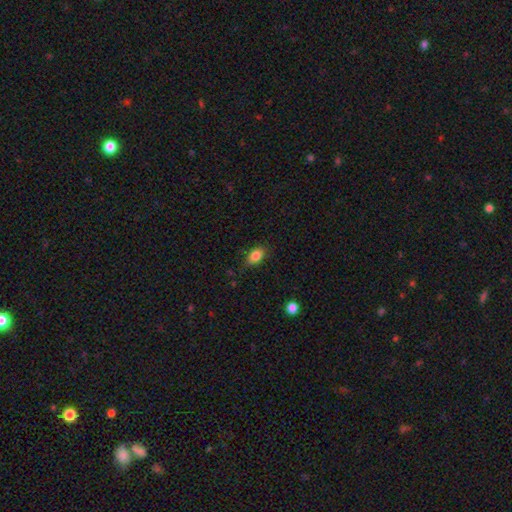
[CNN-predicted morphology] This appears to be a smooth galaxy with no disk features (85%) that is in between round and cigar-shaped (84%). Merging: none (79%).